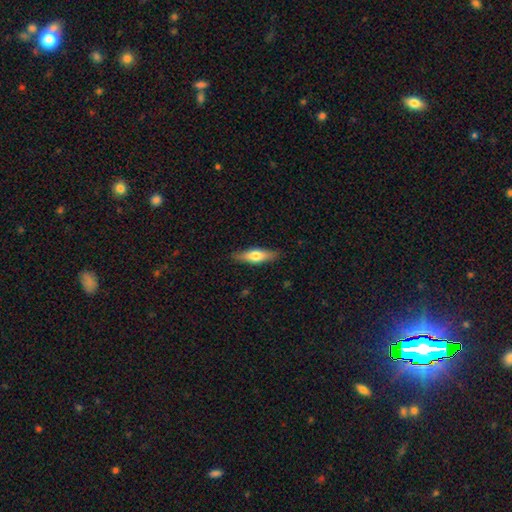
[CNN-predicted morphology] This appears to be a smooth galaxy with no disk features (60%) that is cigar-shaped (56%). Merging: none (87%).